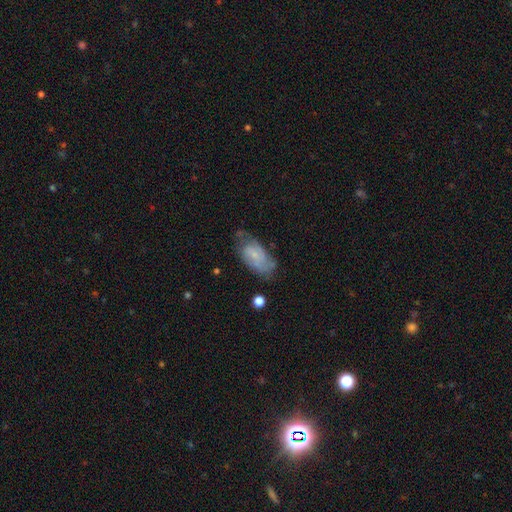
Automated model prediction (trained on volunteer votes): featured or disk 49%, smooth 43%, star or artifact 8%. Down the decision tree: merging — none (49%).